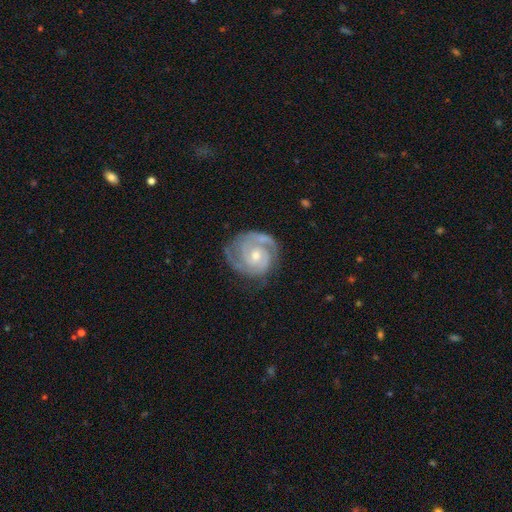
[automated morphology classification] Smooth or featured? featured or disk (89%)
Edge-on disk? no (98%)
Bar? no (65%)
Spiral arms? yes (97%)
Spiral winding? tight (69%)
Spiral arm count? 2 (58%)
Bulge size? small (49%)
Merging? none (73%)